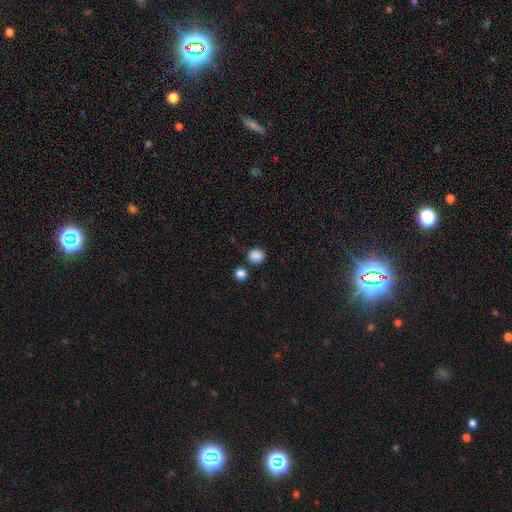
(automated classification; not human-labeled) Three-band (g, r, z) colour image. It shows a smooth galaxy with no disk features (86%) that is round (83%). Merging: none (80%).